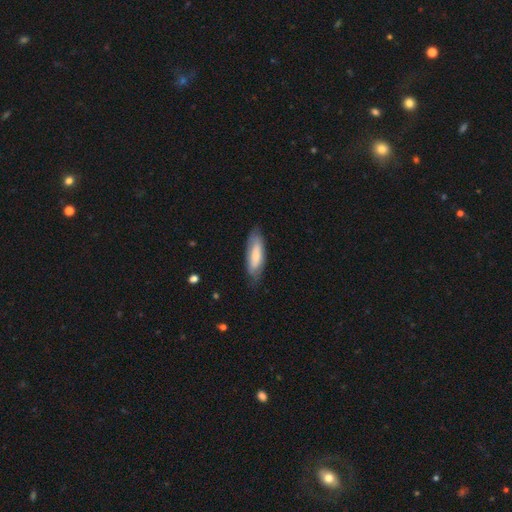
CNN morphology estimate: Smooth or featured: smooth — 66% (featured or disk — 28%)
How rounded: in between — 61% (cigar-shaped — 38%)
Merging: none — 73% (minor disturbance — 20%)